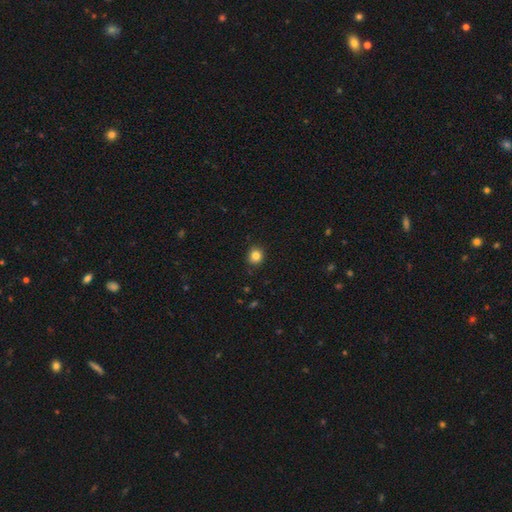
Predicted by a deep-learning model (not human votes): Smooth or featured?
  - smooth: 84% *
  - star or artifact: 11%
  - featured or disk: 5%
How rounded?
  - round: 87% *
  - in between: 12%
  - cigar-shaped: 1%
Merging?
  - none: 89% *
  - minor disturbance: 8%
  - major disturbance: 2%
  - merger: 1%